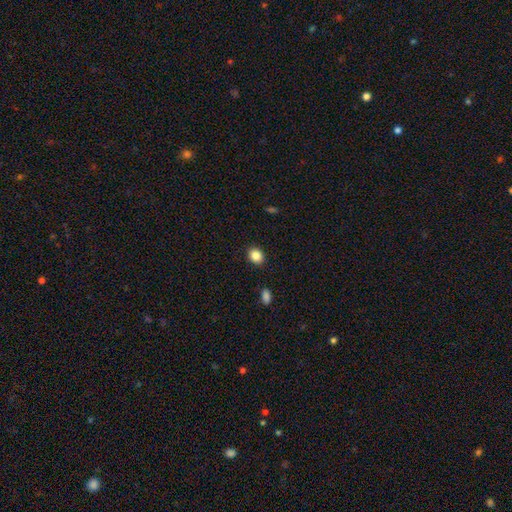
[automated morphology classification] smooth_or_featured: smooth (p=0.86) [alt: star or artifact p=0.10]
how_rounded: round (p=0.57) [alt: in between p=0.42]
merging: none (p=0.90) [alt: minor disturbance p=0.07]